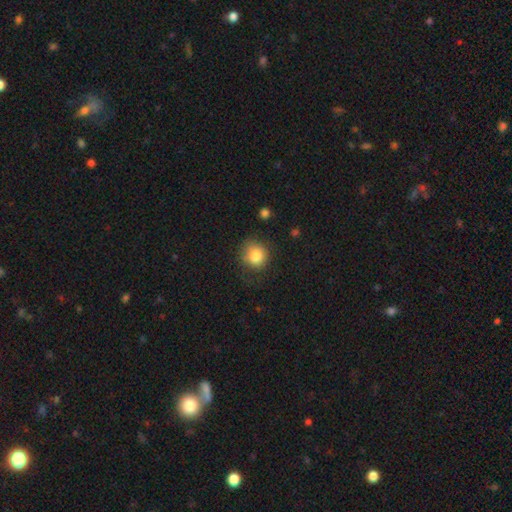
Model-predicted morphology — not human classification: smooth-or-featured: smooth: 83% | star or artifact: 10% | featured or disk: 7%
  how-rounded: round: 83% | in between: 16% | cigar-shaped: 1%
  merging: none: 69% | minor disturbance: 21% | major disturbance: 8% | merger: 2%